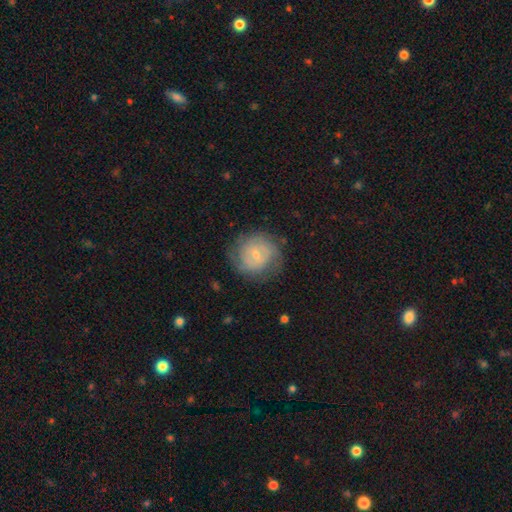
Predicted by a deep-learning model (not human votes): Q: Smooth or featured?
A: featured or disk (60%); runner-up: smooth (34%)
Q: Edge-on disk?
A: no (97%); runner-up: yes (3%)
Q: Bar?
A: weak (55%); runner-up: no (34%)
Q: Spiral arms?
A: yes (79%); runner-up: no (21%)
Q: Bulge size?
A: small (63%); runner-up: moderate (29%)
Q: Merging?
A: none (72%); runner-up: minor disturbance (18%)